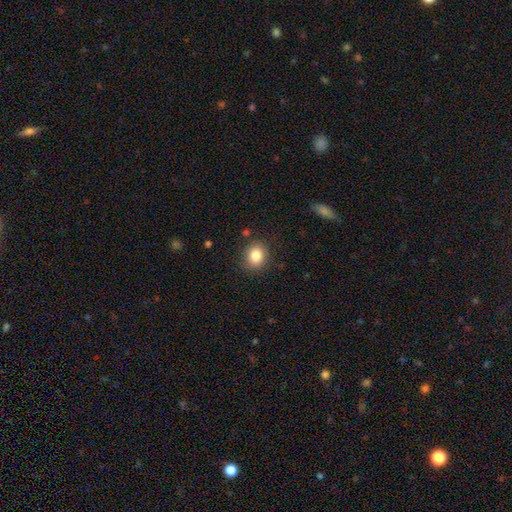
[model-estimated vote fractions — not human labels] This is clearly a smooth galaxy (84%). How rounded: likely round (68%). Merging: clearly none (84%).